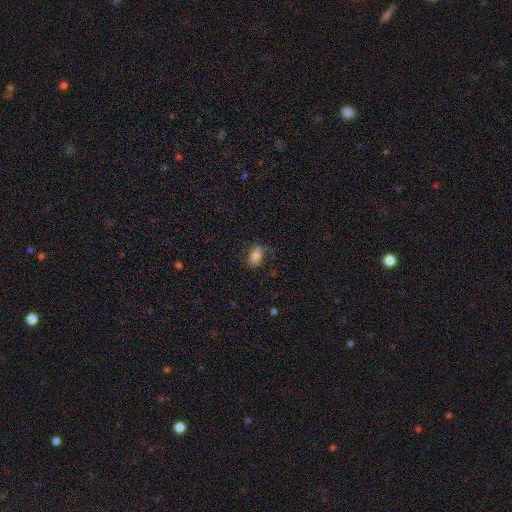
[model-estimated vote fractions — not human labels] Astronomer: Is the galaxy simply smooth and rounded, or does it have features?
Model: smooth — 71%.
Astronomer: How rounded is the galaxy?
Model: in between — 85%.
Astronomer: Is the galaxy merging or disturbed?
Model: none — 60%.